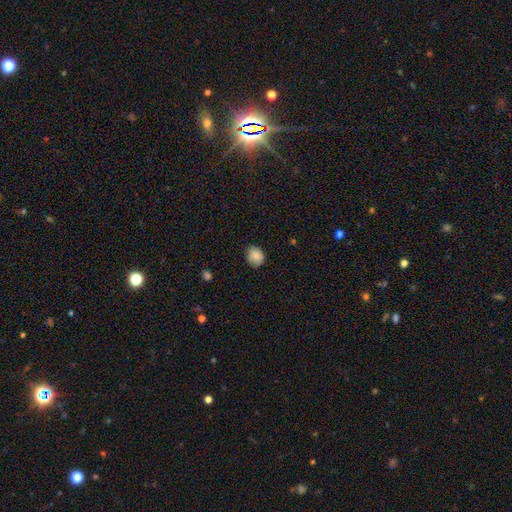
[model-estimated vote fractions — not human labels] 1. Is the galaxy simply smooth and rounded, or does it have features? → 85% smooth, 9% star or artifact, 6% featured or disk.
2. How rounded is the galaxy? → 66% round, 33% in between, 1% cigar-shaped.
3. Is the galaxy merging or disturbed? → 76% none, 20% minor disturbance, 3% major disturbance, 1% merger.